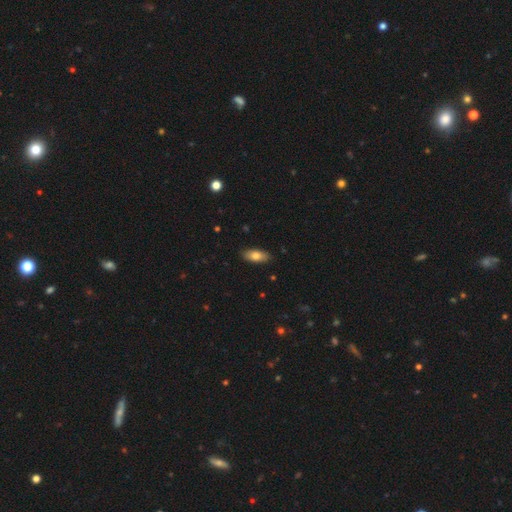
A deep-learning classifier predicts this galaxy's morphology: Q: Smooth or featured?
A: smooth (79%); runner-up: featured or disk (15%)
Q: How rounded?
A: in between (86%); runner-up: cigar-shaped (12%)
Q: Merging?
A: none (87%); runner-up: minor disturbance (10%)